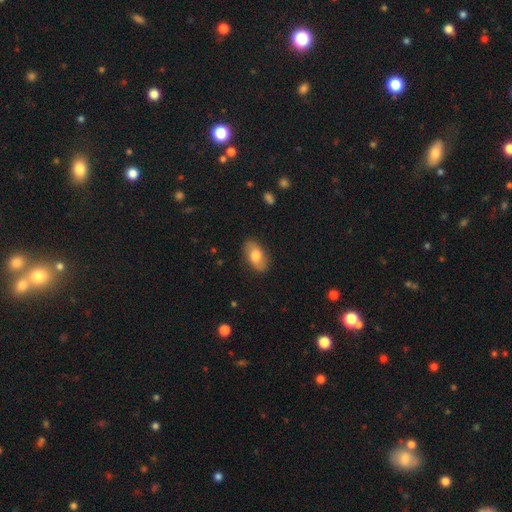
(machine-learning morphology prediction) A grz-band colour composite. It shows a smooth galaxy with no disk features (69%) that is in between round and cigar-shaped (91%). Merging: none (84%).